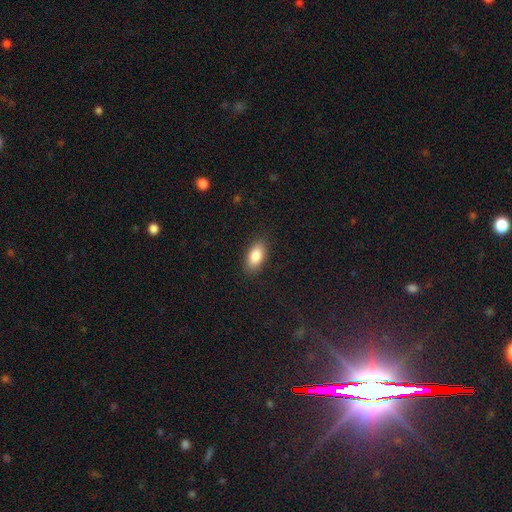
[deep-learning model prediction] smooth 86%, featured or disk 7%, star or artifact 7%. Down the decision tree: how rounded — in between (91%); merging — none (88%).